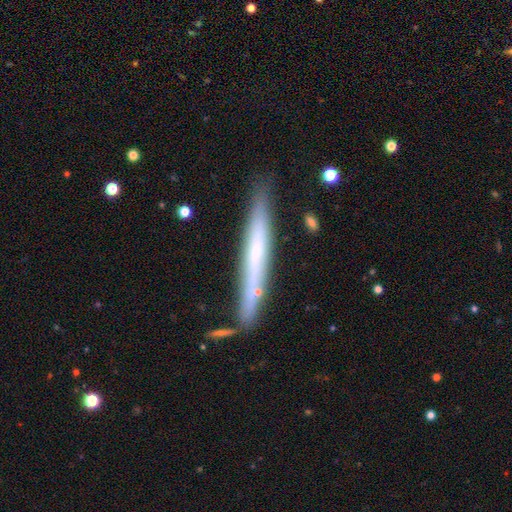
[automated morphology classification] smooth_or_featured: featured or disk (p=0.53) [alt: smooth p=0.40]
disk_edge_on: yes (p=0.91) [alt: no p=0.09]
merging: none (p=0.79) [alt: minor disturbance p=0.14]